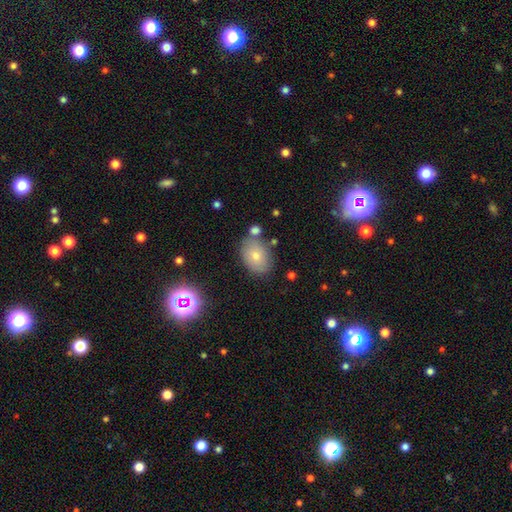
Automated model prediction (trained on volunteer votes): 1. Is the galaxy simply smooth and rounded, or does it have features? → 72% smooth, 19% featured or disk, 10% star or artifact.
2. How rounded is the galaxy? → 78% in between, 21% round, 1% cigar-shaped.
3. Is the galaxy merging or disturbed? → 73% none, 15% minor disturbance, 8% merger, 4% major disturbance.